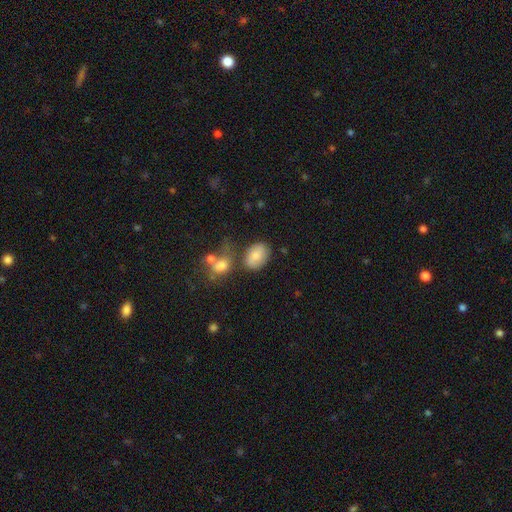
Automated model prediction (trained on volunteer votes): smooth-or-featured: smooth: 81% | featured or disk: 11% | star or artifact: 8%
  how-rounded: in between: 81% | round: 17% | cigar-shaped: 1%
  merging: none: 63% | minor disturbance: 18% | merger: 13% | major disturbance: 6%